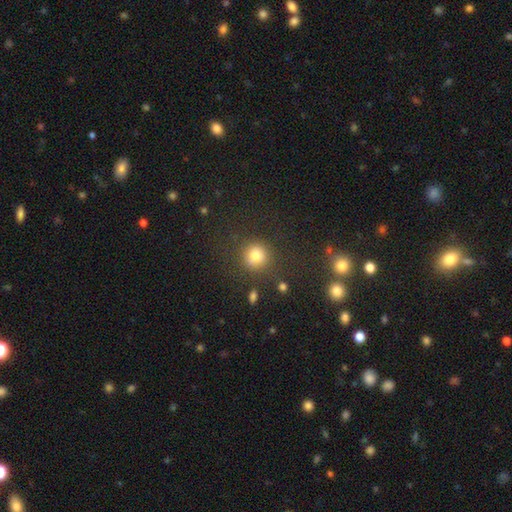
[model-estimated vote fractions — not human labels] Smooth or featured? smooth (78%)
How rounded? round (89%)
Merging? none (80%)